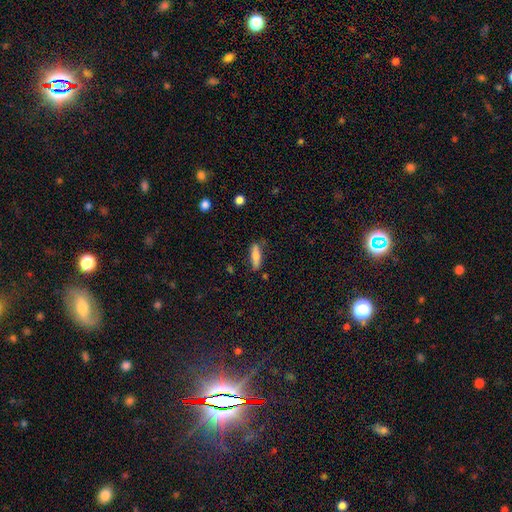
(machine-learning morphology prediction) This is likely a smooth galaxy (77%). How rounded: possibly cigar-shaped (54%). Merging: likely none (73%).